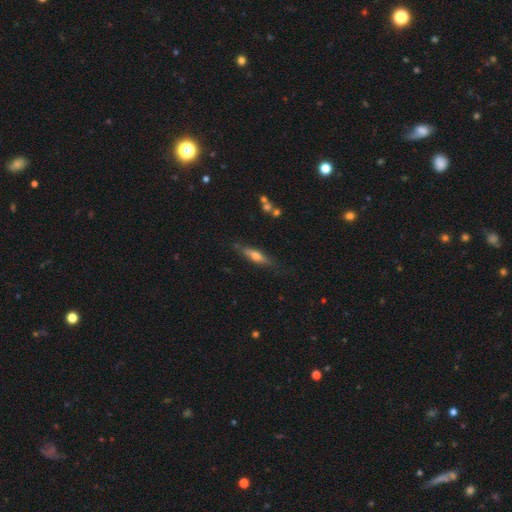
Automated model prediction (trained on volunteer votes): This is possibly a featured or disk galaxy (47%). Merging: likely none (78%).